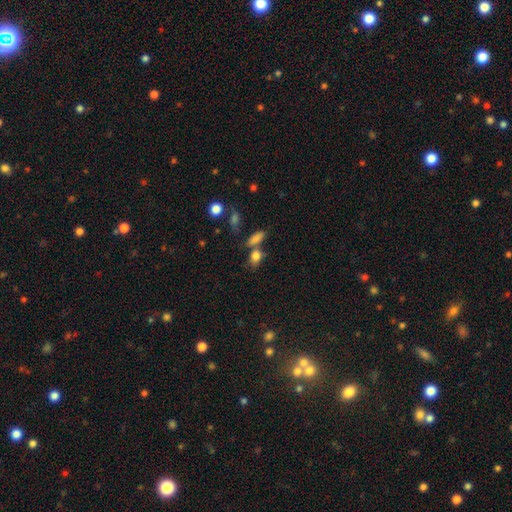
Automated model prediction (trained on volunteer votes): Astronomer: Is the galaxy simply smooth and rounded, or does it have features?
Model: smooth — 82%.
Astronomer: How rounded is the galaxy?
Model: in between — 70%.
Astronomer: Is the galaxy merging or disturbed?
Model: none — 49% (runner-up: merger, 32%).